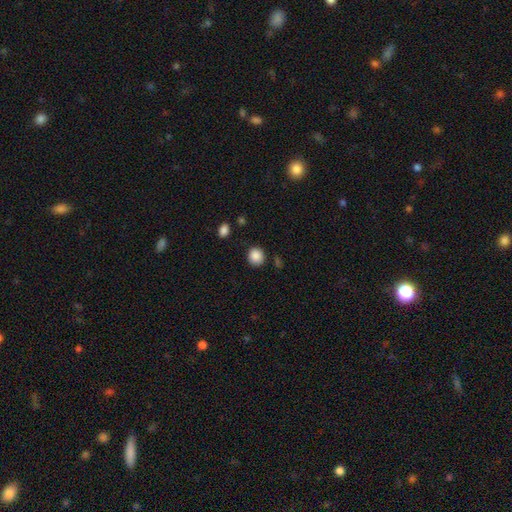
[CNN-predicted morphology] smooth 88%, star or artifact 9%, featured or disk 3%. Down the decision tree: how rounded — round (87%); merging — none (86%).